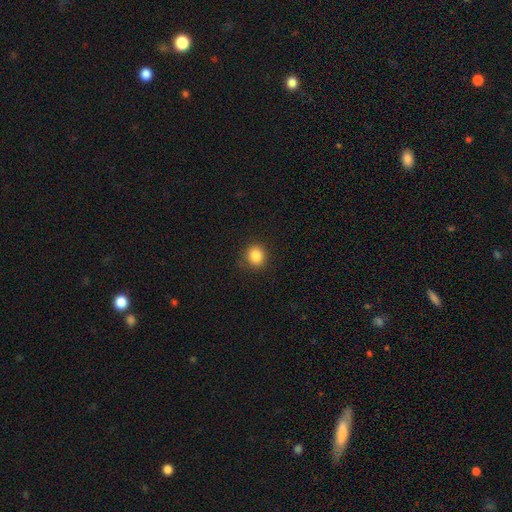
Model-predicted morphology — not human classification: Smooth or featured? Predicted: smooth (p=0.86). How rounded? Predicted: round (p=0.85). Merging? Predicted: none (p=0.87).